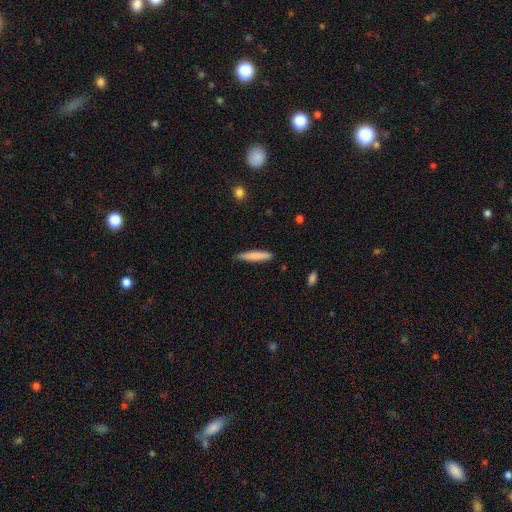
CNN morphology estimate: smooth-or-featured: smooth: 78% | featured or disk: 16% | star or artifact: 6%
  how-rounded: cigar-shaped: 92% | in between: 7% | round: 1%
  merging: none: 83% | minor disturbance: 14% | major disturbance: 2% | merger: 1%